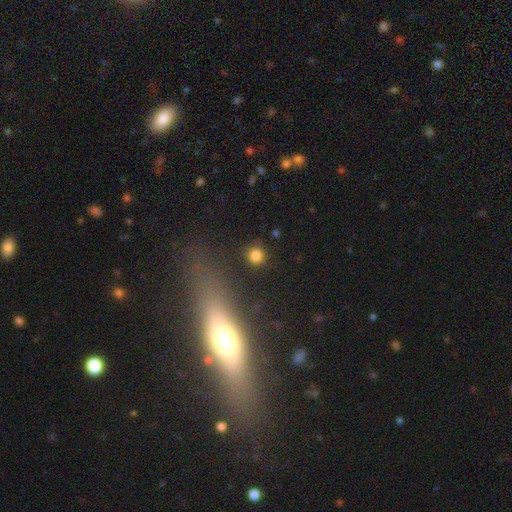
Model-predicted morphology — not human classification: This appears to be a smooth galaxy with no disk features (82%) that is round (93%). Merging: none (88%).